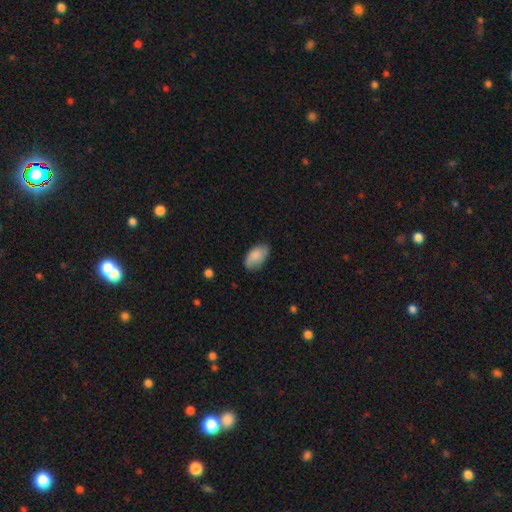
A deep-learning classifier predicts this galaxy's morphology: smooth_or_featured: smooth (p=0.83) [alt: featured or disk p=0.11]
how_rounded: in between (p=0.94) [alt: round p=0.04]
merging: none (p=0.74) [alt: minor disturbance p=0.21]